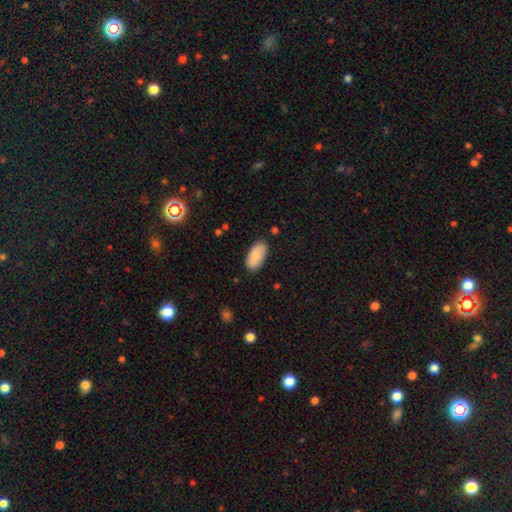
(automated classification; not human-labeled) A smooth galaxy with no disk features (87%) that is in between round and cigar-shaped (94%). Merging: none (84%).